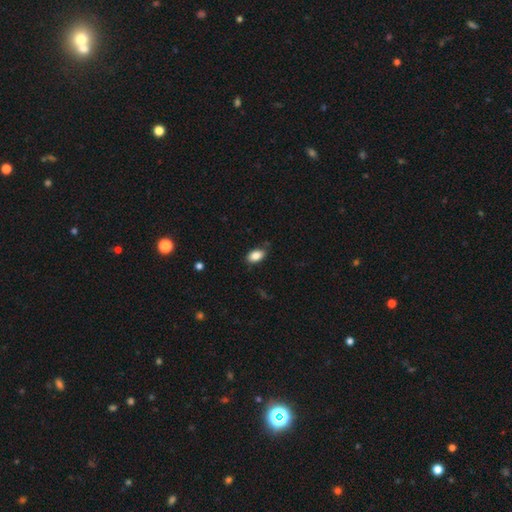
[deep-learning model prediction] smooth_or_featured: smooth (p=0.86) [alt: star or artifact p=0.08]
how_rounded: in between (p=0.91) [alt: round p=0.07]
merging: none (p=0.80) [alt: minor disturbance p=0.15]